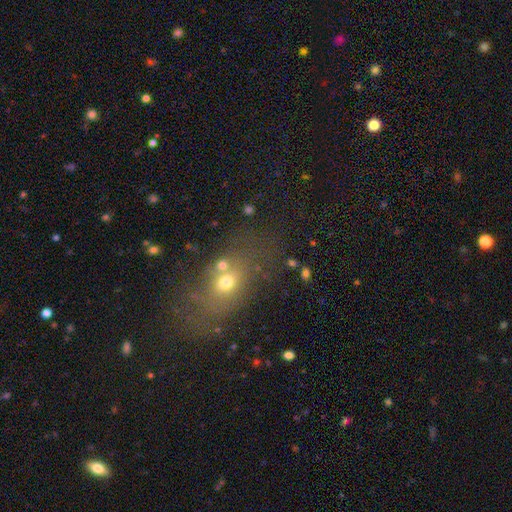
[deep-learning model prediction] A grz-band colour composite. It shows a smooth galaxy with no disk features (51%) that is in between round and cigar-shaped (58%). Merging: none (61%).